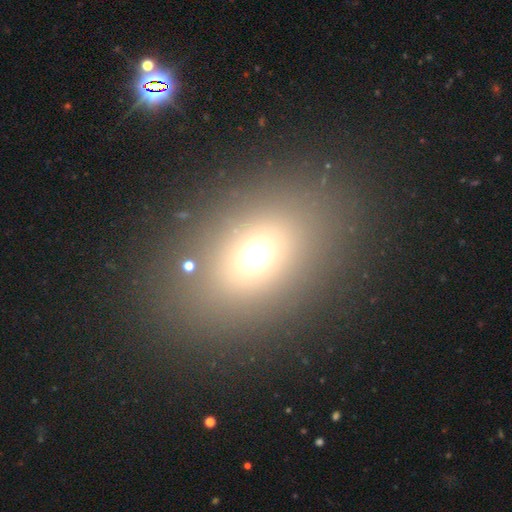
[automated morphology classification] Smooth or featured? Predicted: smooth (p=0.64). How rounded? Predicted: in between (p=0.64). Merging? Predicted: none (p=0.84).